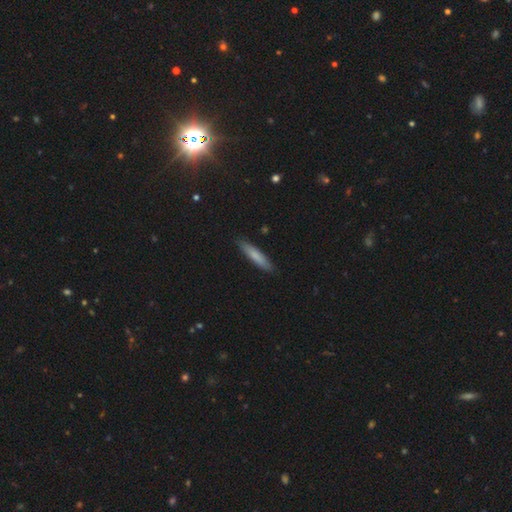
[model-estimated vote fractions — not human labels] This is likely a smooth galaxy (78%). How rounded: clearly cigar-shaped (87%). Merging: clearly none (88%).